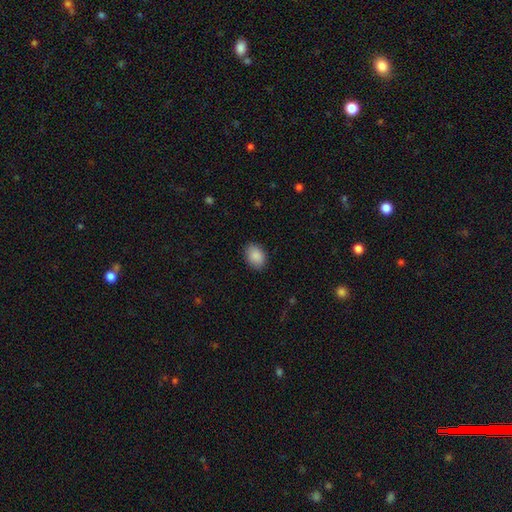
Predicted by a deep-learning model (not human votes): smooth_or_featured: smooth (p=0.90) [alt: star or artifact p=0.07]
how_rounded: in between (p=0.77) [alt: round p=0.22]
merging: none (p=0.87) [alt: minor disturbance p=0.10]